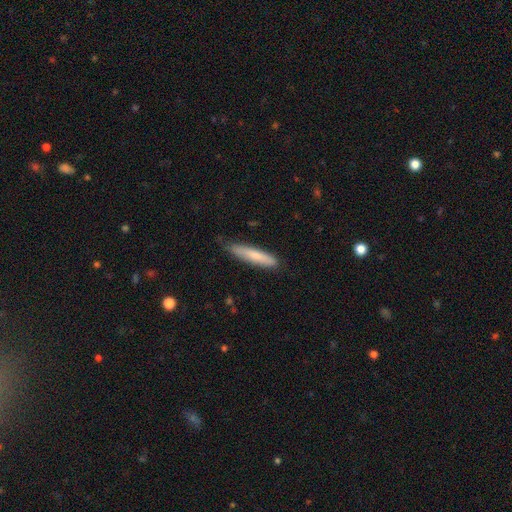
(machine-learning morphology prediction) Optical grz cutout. It shows a smooth galaxy with no disk features (74%) that is cigar-shaped (89%). Merging: none (76%).